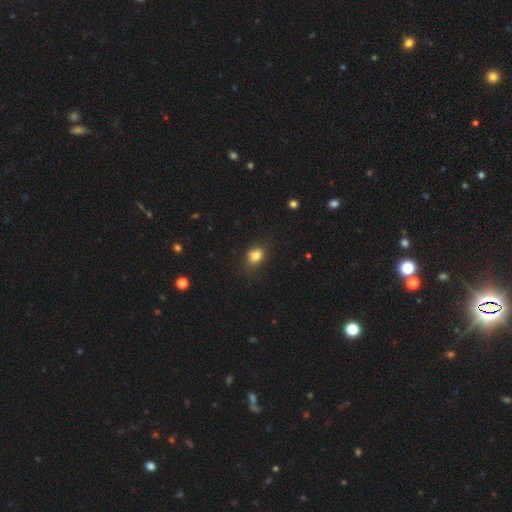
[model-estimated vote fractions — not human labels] A smooth galaxy with no disk features (81%) that is round (51%).

Vote fractions:
- Smooth or featured? smooth: 81% / star or artifact: 12% / featured or disk: 7%
- How rounded? round: 51% / in between: 48% / cigar-shaped: 1%
- Merging? none: 77% / minor disturbance: 18% / major disturbance: 4% / merger: 1%